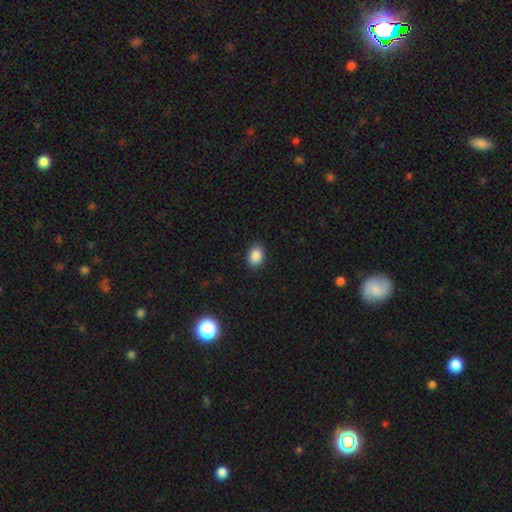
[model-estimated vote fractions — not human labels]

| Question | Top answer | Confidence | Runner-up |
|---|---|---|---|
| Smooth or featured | smooth | 87% | star or artifact (9%) |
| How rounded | in between | 71% | round (28%) |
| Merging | none | 89% | minor disturbance (8%) |